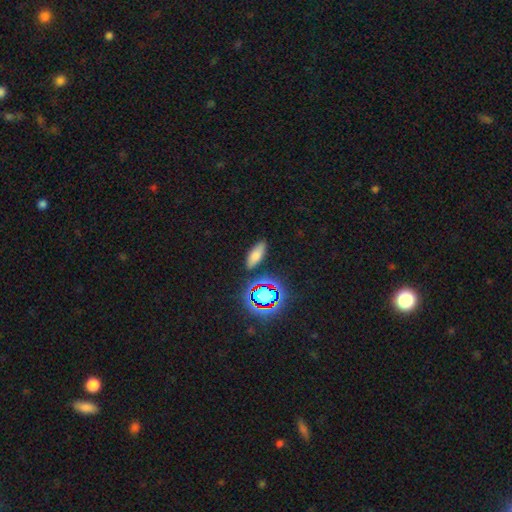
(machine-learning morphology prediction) smooth 70%, star or artifact 19%, featured or disk 11%. Down the decision tree: how rounded — in between (74%); merging — none (84%).